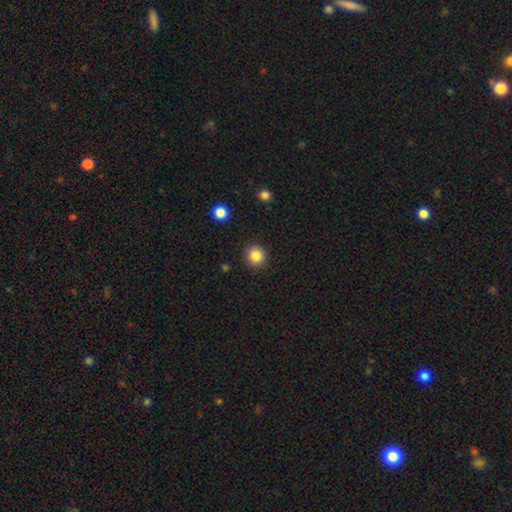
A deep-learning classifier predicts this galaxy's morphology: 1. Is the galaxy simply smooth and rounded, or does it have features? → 85% smooth, 10% star or artifact, 5% featured or disk.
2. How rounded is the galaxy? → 91% round, 8% in between, 1% cigar-shaped.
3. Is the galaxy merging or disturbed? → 91% none, 6% minor disturbance, 2% major disturbance, 1% merger.